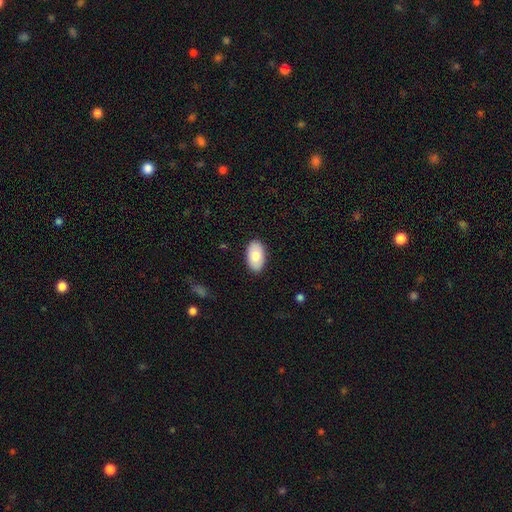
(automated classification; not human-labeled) Morphology: type=smooth (80%); roundness=in between (95%); merging=none (88%).